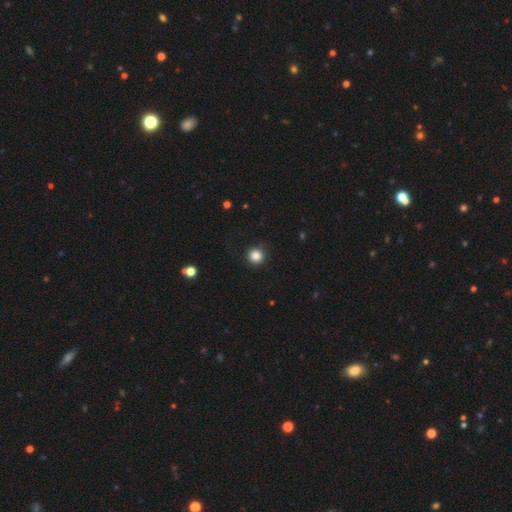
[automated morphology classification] This appears to be a smooth galaxy with no disk features (84%) that is round (95%). Merging: none (89%).